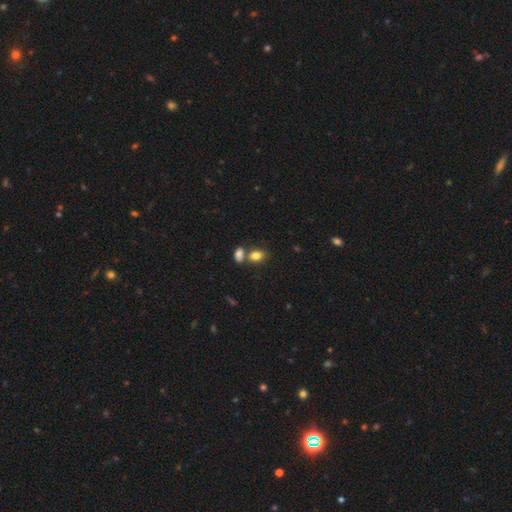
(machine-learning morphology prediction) The model was most divided on "merging": none: 53%, merger: 32%, minor disturbance: 11%, major disturbance: 3%. More confident: smooth or featured — smooth (82%); how rounded — in between (74%).